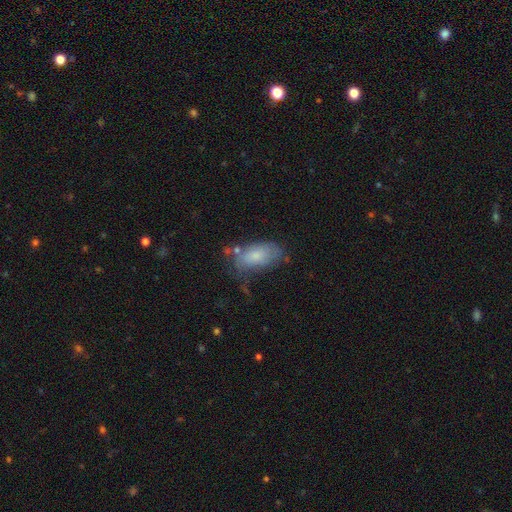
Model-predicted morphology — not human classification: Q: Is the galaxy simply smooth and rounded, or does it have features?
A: smooth — 73%.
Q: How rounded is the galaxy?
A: in between — 92%.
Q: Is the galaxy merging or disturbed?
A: none — 49%.